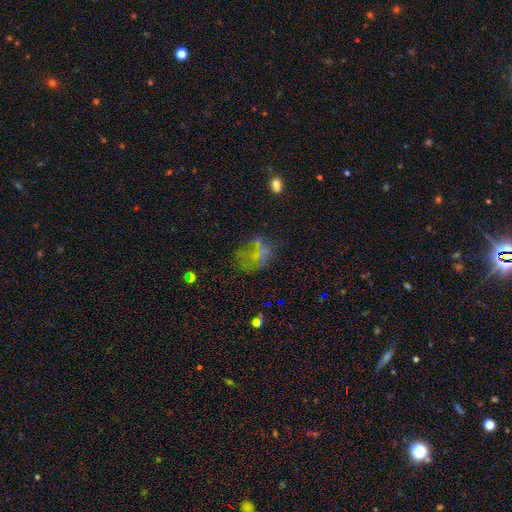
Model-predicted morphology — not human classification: smooth-or-featured: smooth: 41% | featured or disk: 33% | star or artifact: 26%
  merging: none: 39% | major disturbance: 35% | minor disturbance: 19% | merger: 7%